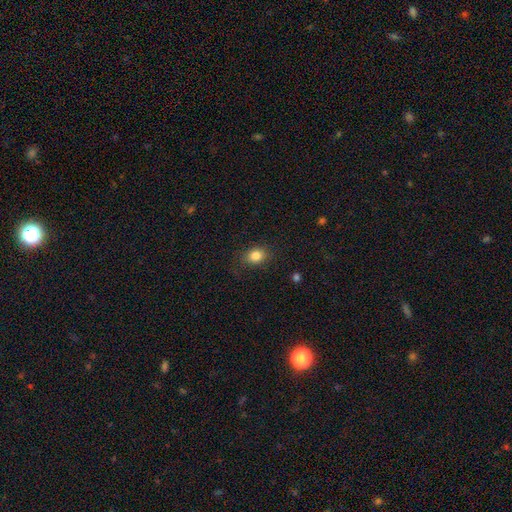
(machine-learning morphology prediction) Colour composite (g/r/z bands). It shows a smooth galaxy with no disk features (83%) that is in between round and cigar-shaped (56%). Merging: none (82%).